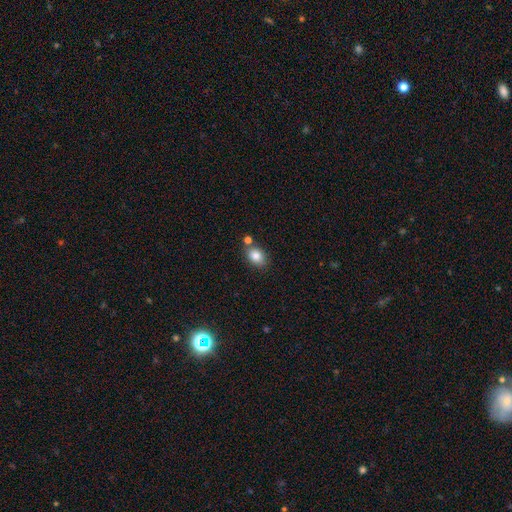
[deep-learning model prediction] This appears to be a smooth galaxy with no disk features (83%) that is in between round and cigar-shaped (70%). Merging: none (70%).